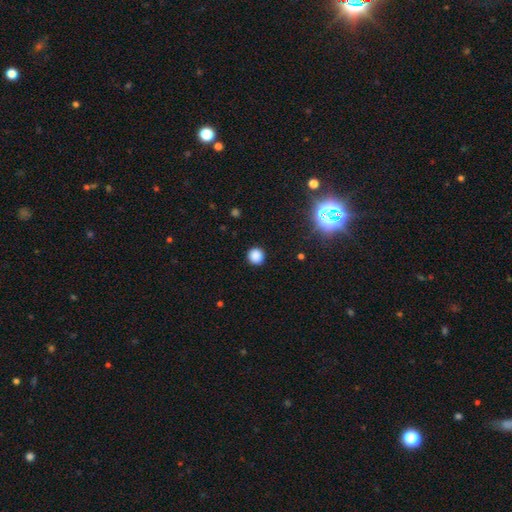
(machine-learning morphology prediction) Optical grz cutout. It shows a smooth galaxy with no disk features (84%) that is round (94%). Merging: none (92%).